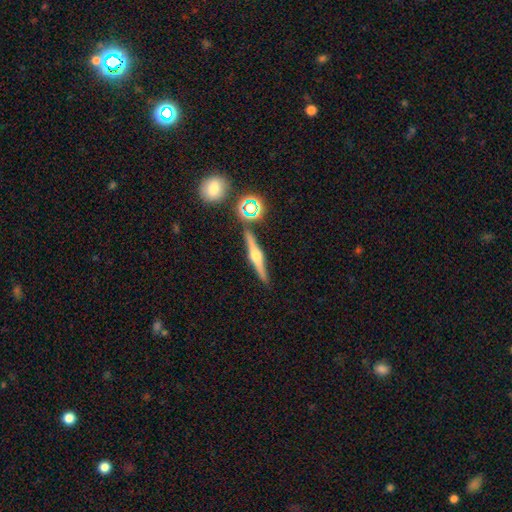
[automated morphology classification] Smooth or featured: featured or disk — 72% (smooth — 19%)
Edge-on disk: yes — 97% (no — 3%)
Edge-on bulge: rounded — 93% (boxy — 4%)
Merging: none — 86% (minor disturbance — 7%)